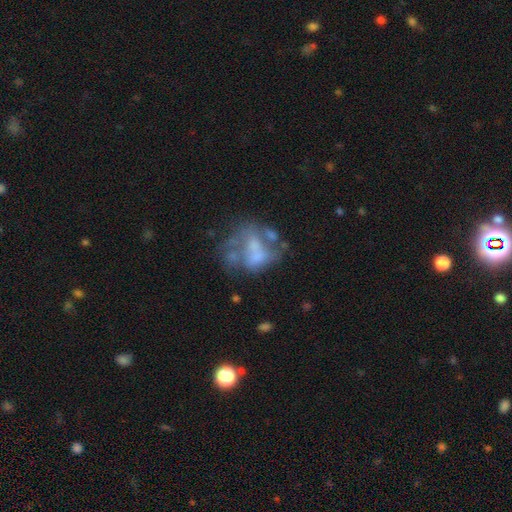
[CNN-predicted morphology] This appears to be a featured or disk galaxy (56%) with no bar (71%), no spiral arms (77%) and no central bulge (49%). Merging: none (46%).